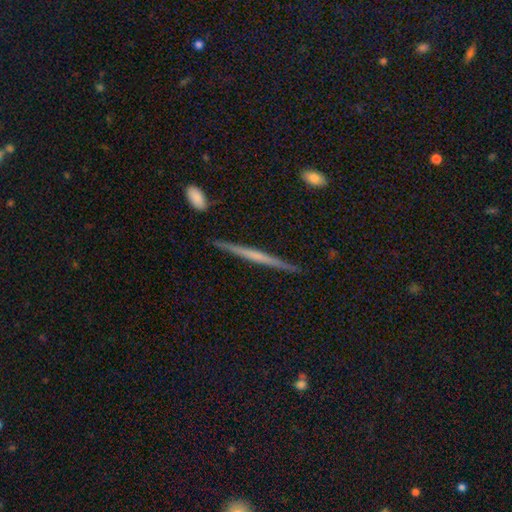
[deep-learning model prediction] featured or disk 63%, smooth 31%, star or artifact 6%. Down the decision tree: edge-on disk — yes (98%); edge-on bulge — none (71%); merging — none (90%).